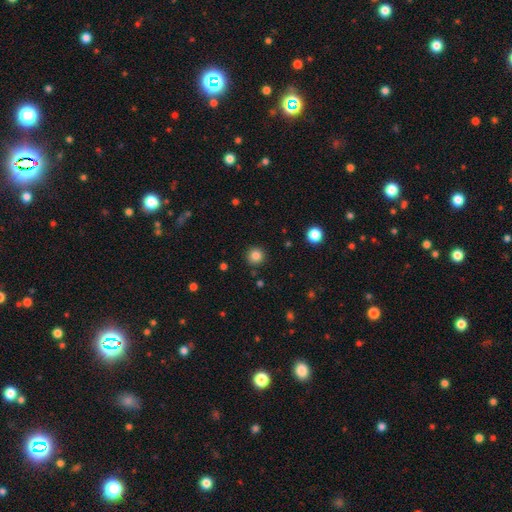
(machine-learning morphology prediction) A smooth galaxy with no disk features (84%) that is round (94%). Merging: none (90%).